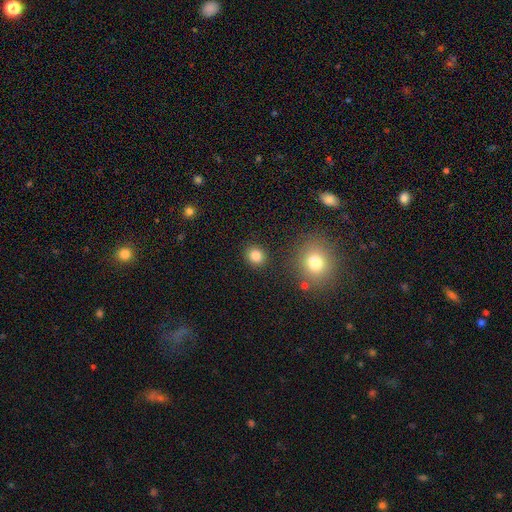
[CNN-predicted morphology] Smooth or featured? Predicted: smooth (p=0.84). How rounded? Predicted: round (p=0.79). Merging? Predicted: none (p=0.87).